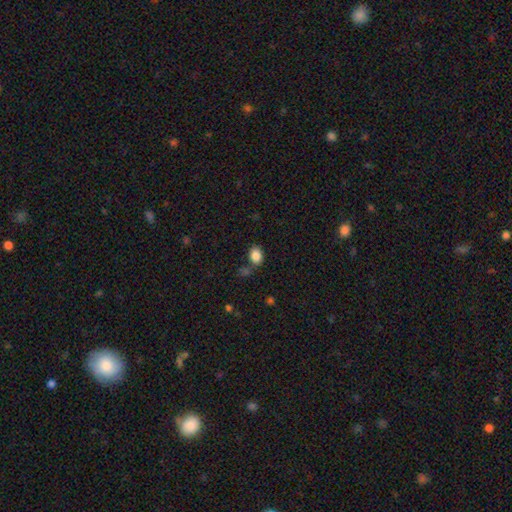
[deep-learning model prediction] Smooth or featured: smooth — 86% (star or artifact — 9%)
How rounded: in between — 68% (round — 31%)
Merging: none — 70% (minor disturbance — 14%)